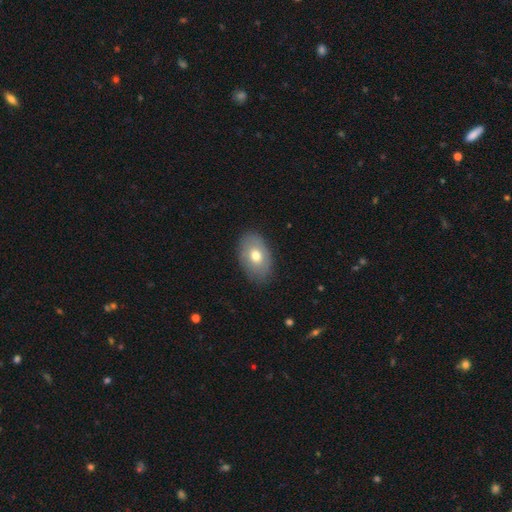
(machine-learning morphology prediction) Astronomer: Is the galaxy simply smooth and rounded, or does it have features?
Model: smooth — 68%.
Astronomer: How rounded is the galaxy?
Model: in between — 88%.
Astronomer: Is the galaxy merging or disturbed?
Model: none — 82%.